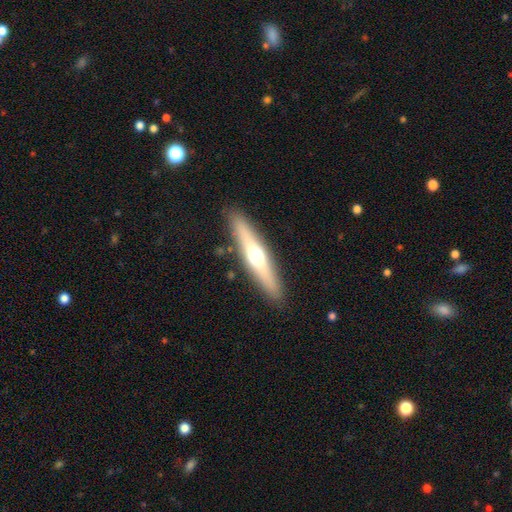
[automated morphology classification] Smooth or featured: featured or disk — 50% (smooth — 44%)
Merging: none — 89% (minor disturbance — 7%)